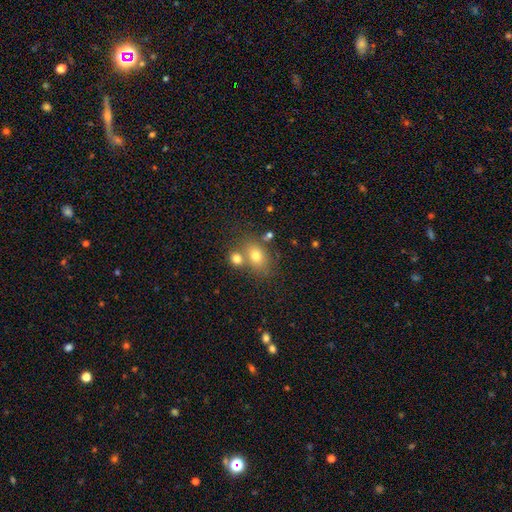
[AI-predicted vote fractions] Smooth or featured: smooth — 74% (featured or disk — 14%)
How rounded: in between — 65% (round — 34%)
Merging: none — 53% (merger — 30%)